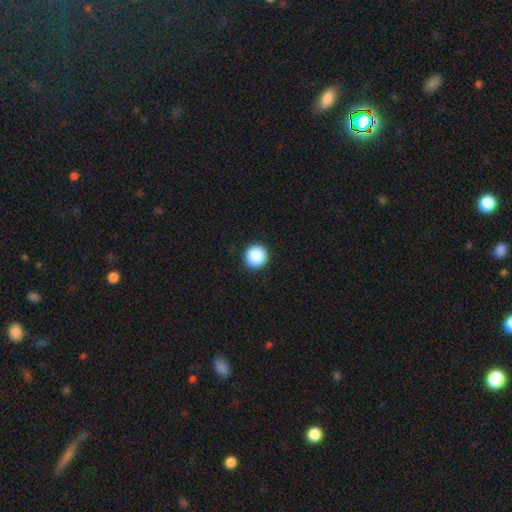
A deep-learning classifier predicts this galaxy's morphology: Q: Smooth or featured?
A: smooth (89%); runner-up: star or artifact (8%)
Q: How rounded?
A: round (96%); runner-up: in between (4%)
Q: Merging?
A: none (93%); runner-up: minor disturbance (4%)